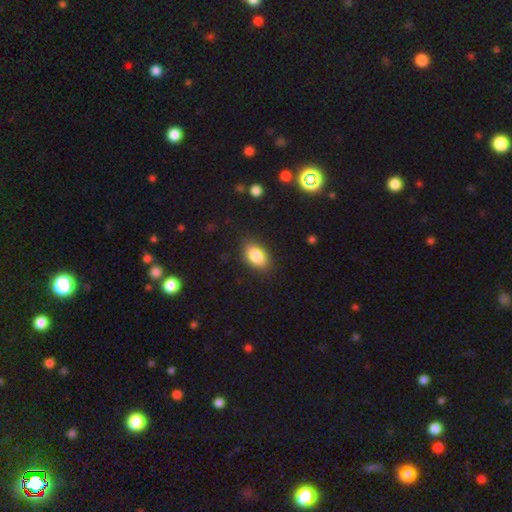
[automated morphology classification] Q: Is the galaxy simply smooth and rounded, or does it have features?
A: smooth — 85%.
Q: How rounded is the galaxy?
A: in between — 90%.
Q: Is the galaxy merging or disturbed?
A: none — 84%.